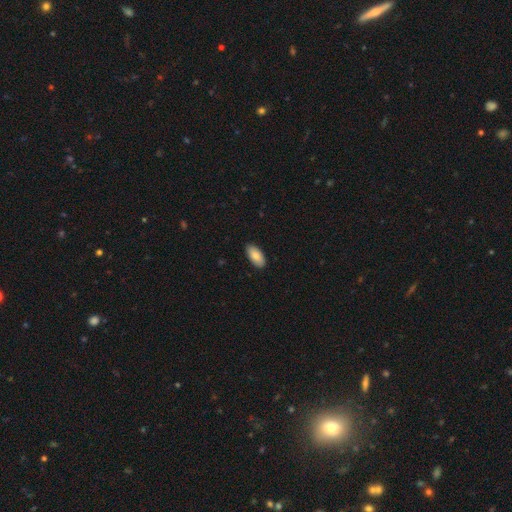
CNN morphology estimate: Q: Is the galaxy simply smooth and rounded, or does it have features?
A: smooth — 85%.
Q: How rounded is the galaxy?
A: in between — 93%.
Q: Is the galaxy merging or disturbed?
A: none — 88%.